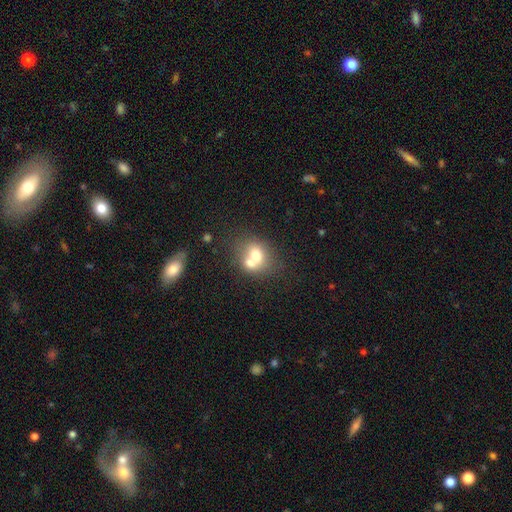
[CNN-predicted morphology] This is likely a smooth galaxy (66%). How rounded: likely round (61%). Merging: possibly merger (57%).